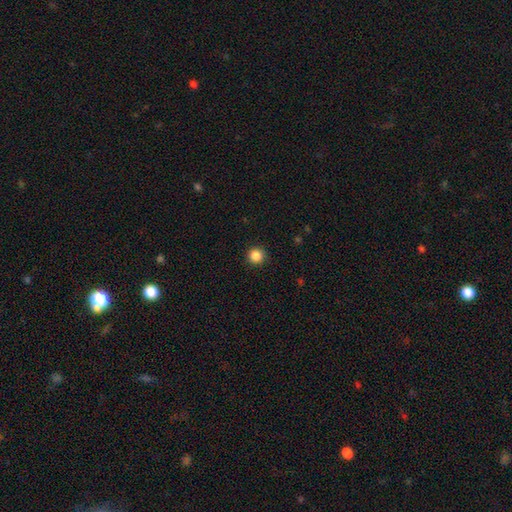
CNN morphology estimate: smooth 86%, star or artifact 11%, featured or disk 3%. Down the decision tree: how rounded — round (95%); merging — none (92%).